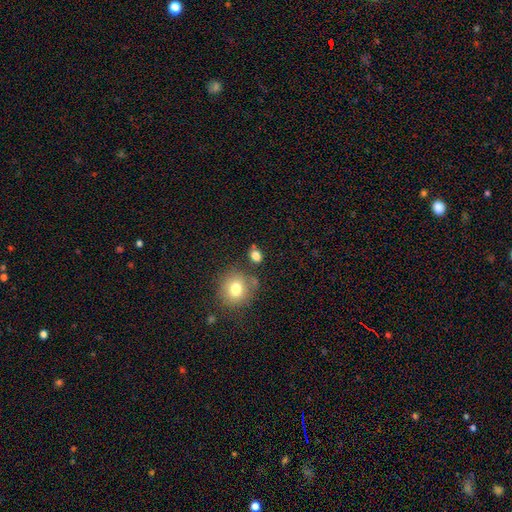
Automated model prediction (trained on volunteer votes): This is clearly a smooth galaxy (81%). How rounded: possibly in between (52%). Merging: likely none (71%).